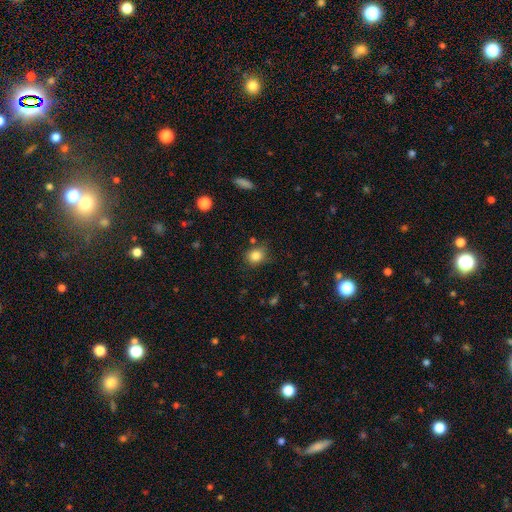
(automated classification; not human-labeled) This is clearly a smooth galaxy (84%). How rounded: likely round (71%). Merging: likely none (77%).